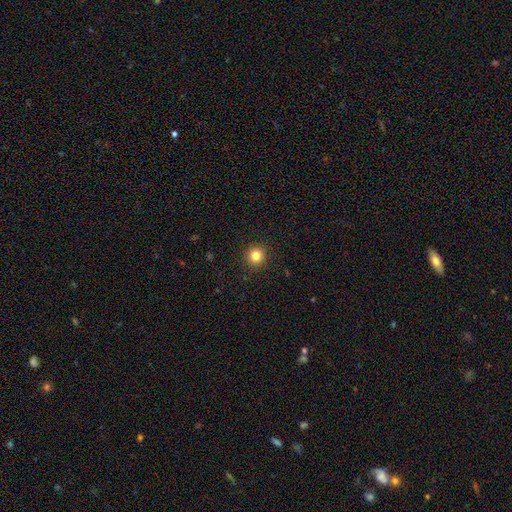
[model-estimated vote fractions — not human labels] Overall: smooth (82%). How rounded: round (94%). Merging: none (92%).